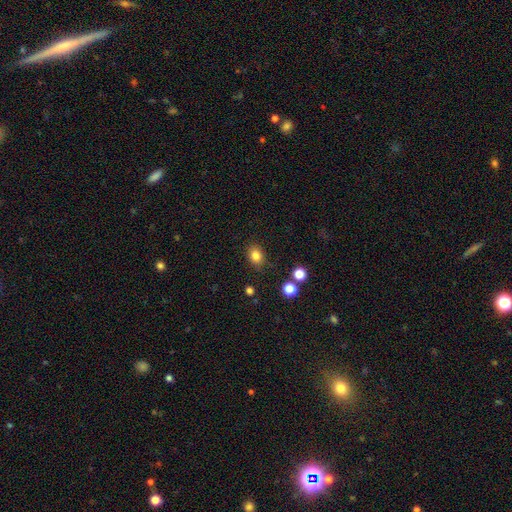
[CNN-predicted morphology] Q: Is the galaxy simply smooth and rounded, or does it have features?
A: smooth — 83%.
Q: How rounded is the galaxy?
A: in between — 53%.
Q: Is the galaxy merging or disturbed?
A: none — 83%.